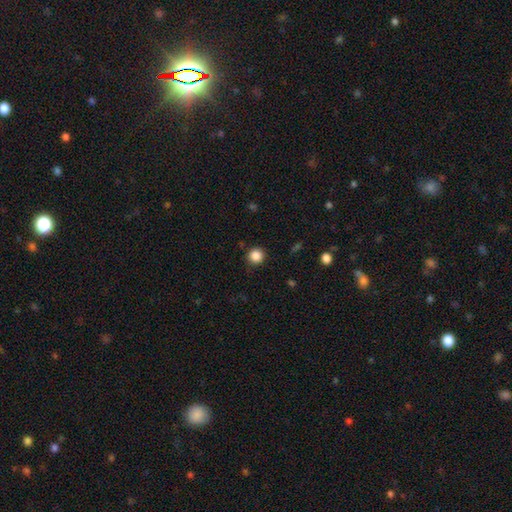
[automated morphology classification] Overall: smooth (86%). How rounded: round (94%). Merging: none (89%).